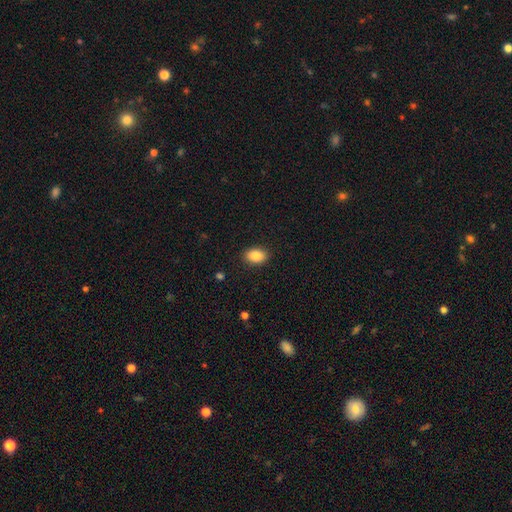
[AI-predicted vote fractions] Q: Smooth or featured?
A: smooth (86%); runner-up: star or artifact (8%)
Q: How rounded?
A: in between (82%); runner-up: round (17%)
Q: Merging?
A: none (89%); runner-up: minor disturbance (8%)